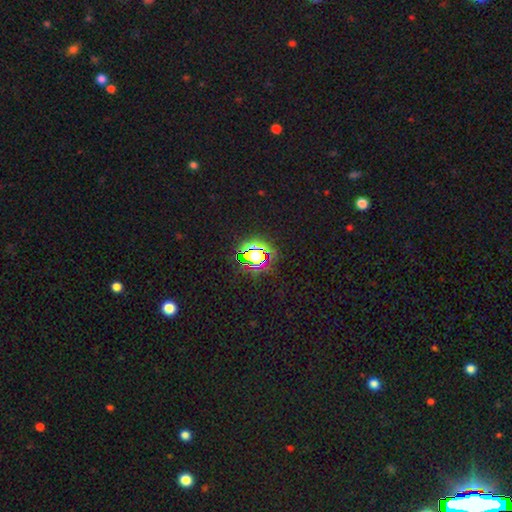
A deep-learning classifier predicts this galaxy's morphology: smooth-or-featured: star or artifact: 65% | smooth: 24% | featured or disk: 10%